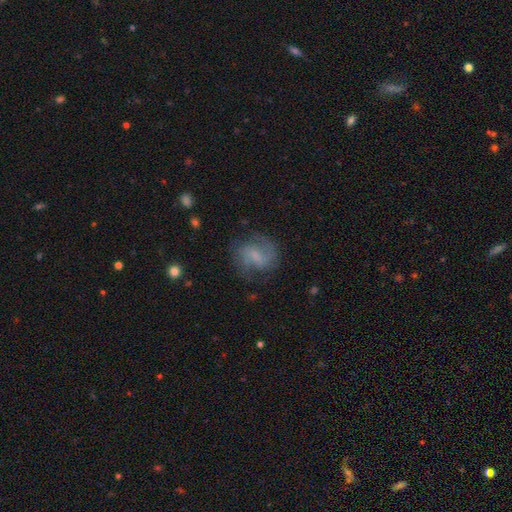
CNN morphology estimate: Smooth or featured?
  - featured or disk: 68% *
  - smooth: 23%
  - star or artifact: 9%
Edge-on disk?
  - no: 98% *
  - yes: 2%
Bar?
  - weak: 54% *
  - no: 30%
  - strong: 16%
Spiral arms?
  - yes: 91% *
  - no: 9%
Spiral winding?
  - medium: 49% *
  - loose: 29%
  - tight: 22%
Spiral arm count?
  - 2: 80% *
  - can't tell: 10%
  - 1: 4%
  - 3: 3%
  - 4: 1%
  - more than 4: 1%
Bulge size?
  - small: 48% *
  - none: 26%
  - moderate: 21%
  - large: 3%
  - dominant: 1%
Merging?
  - none: 70% *
  - minor disturbance: 18%
  - major disturbance: 11%
  - merger: 2%